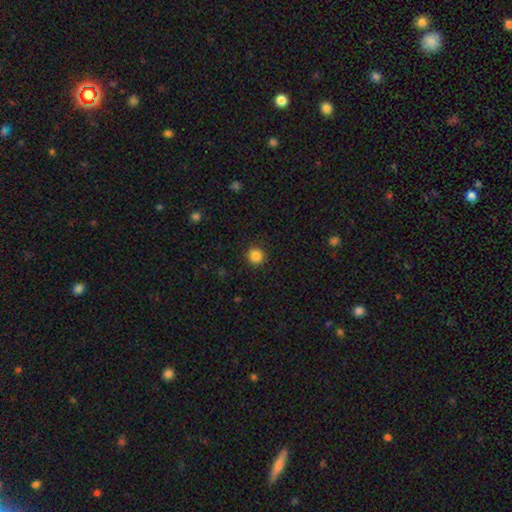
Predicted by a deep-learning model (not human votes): This is clearly a smooth galaxy (86%). How rounded: clearly round (93%). Merging: clearly none (91%).